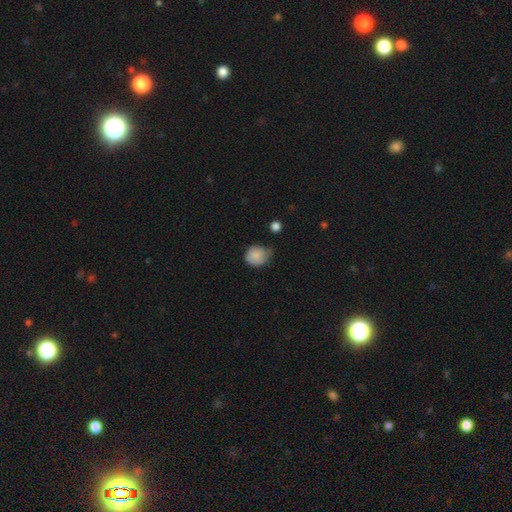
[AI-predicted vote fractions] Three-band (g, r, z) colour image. It shows a smooth galaxy with no disk features (83%) that is round (71%). Merging: none (44%).